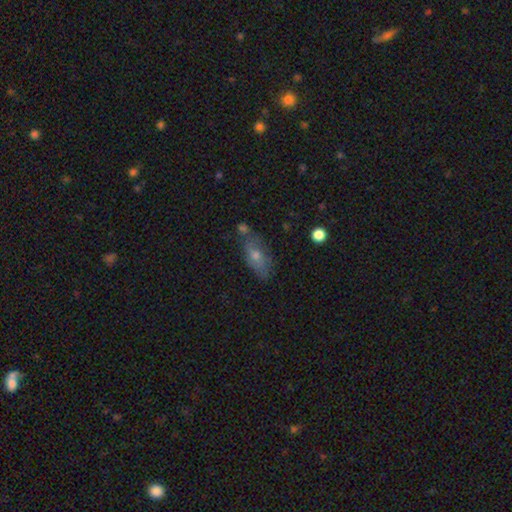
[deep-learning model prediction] Smooth or featured? Predicted: smooth (p=0.51). How rounded? Predicted: in between (p=0.74). Merging? Predicted: none (p=0.63).